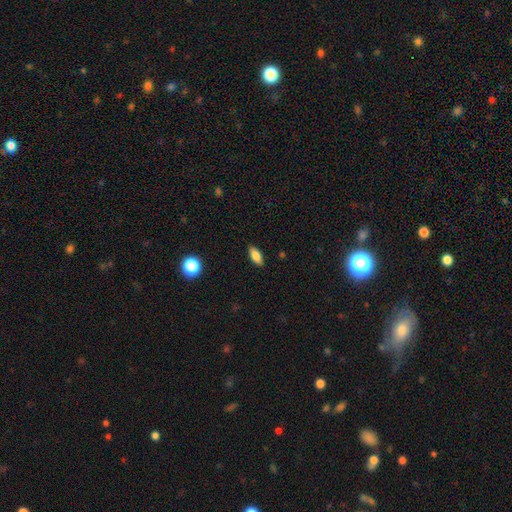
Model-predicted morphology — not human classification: smooth_or_featured: smooth (p=0.80) [alt: featured or disk p=0.11]
how_rounded: in between (p=0.85) [alt: cigar-shaped p=0.12]
merging: none (p=0.89) [alt: minor disturbance p=0.08]